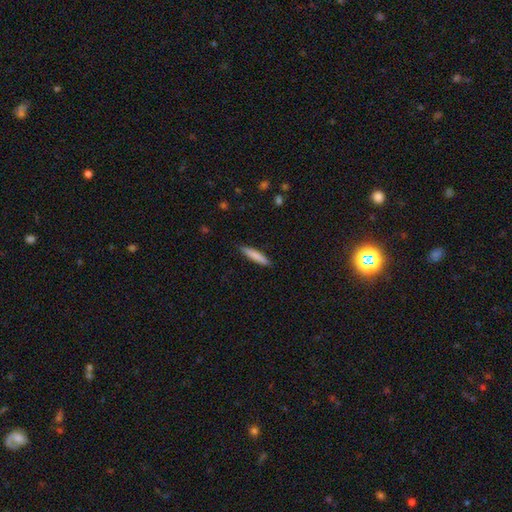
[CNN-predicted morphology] smooth_or_featured: smooth (p=0.81) [alt: featured or disk p=0.13]
how_rounded: cigar-shaped (p=0.91) [alt: in between p=0.08]
merging: none (p=0.90) [alt: minor disturbance p=0.08]